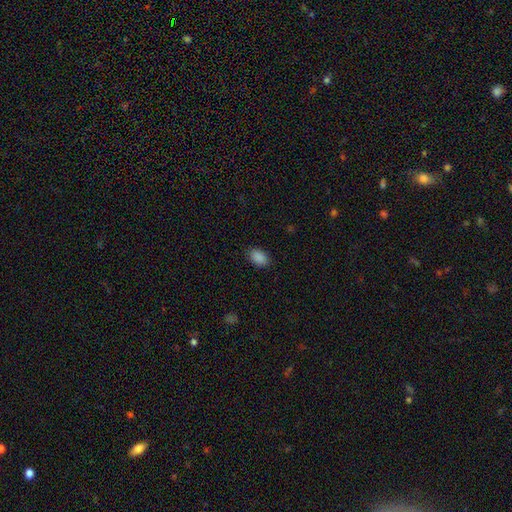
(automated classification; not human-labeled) Smooth or featured: smooth — 86% (star or artifact — 11%)
How rounded: in between — 86% (round — 13%)
Merging: none — 88% (minor disturbance — 8%)